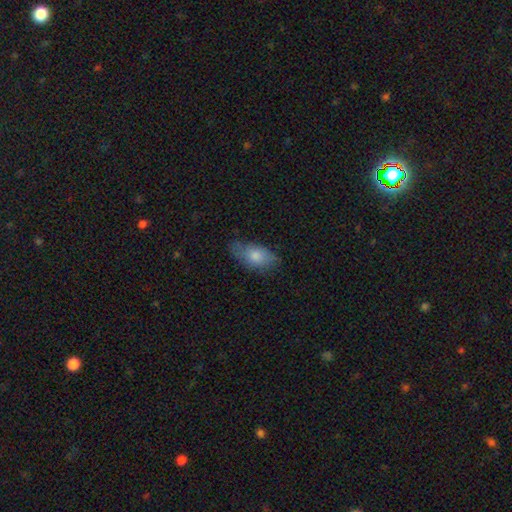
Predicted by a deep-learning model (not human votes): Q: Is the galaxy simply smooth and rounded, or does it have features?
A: smooth — 72%.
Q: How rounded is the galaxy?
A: in between — 88%.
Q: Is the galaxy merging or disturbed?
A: none — 65%.